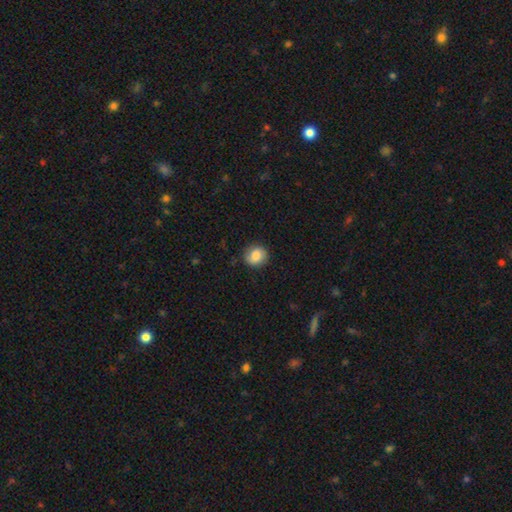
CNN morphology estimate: This is clearly a smooth galaxy (81%). How rounded: clearly round (81%). Merging: clearly none (85%).